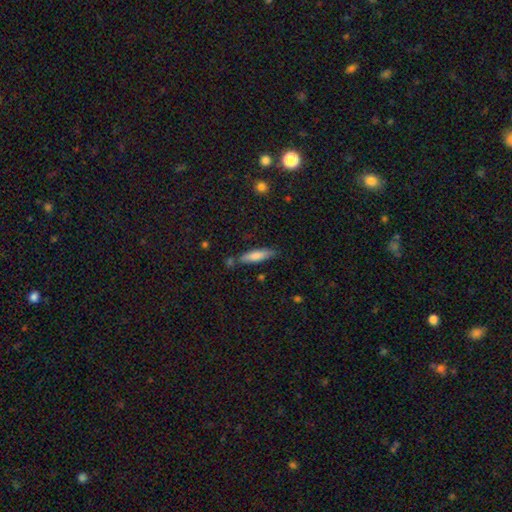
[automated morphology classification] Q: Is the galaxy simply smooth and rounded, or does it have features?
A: smooth — 73%.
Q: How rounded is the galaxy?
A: cigar-shaped — 71%.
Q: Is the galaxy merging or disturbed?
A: none — 76%.